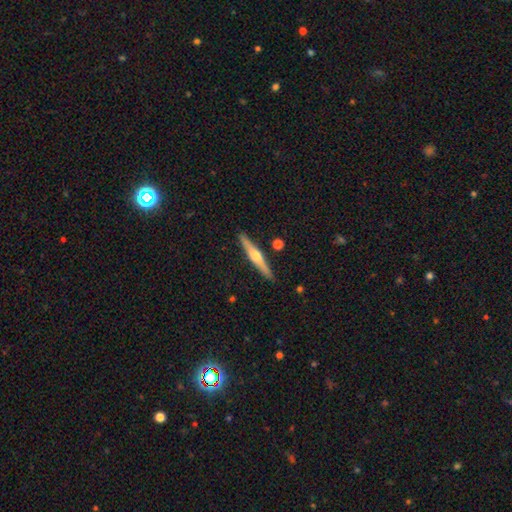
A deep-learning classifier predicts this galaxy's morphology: type=featured or disk (69%); edge-on=yes (97%); edge-on bulge=rounded (91%); merging=none (90%).